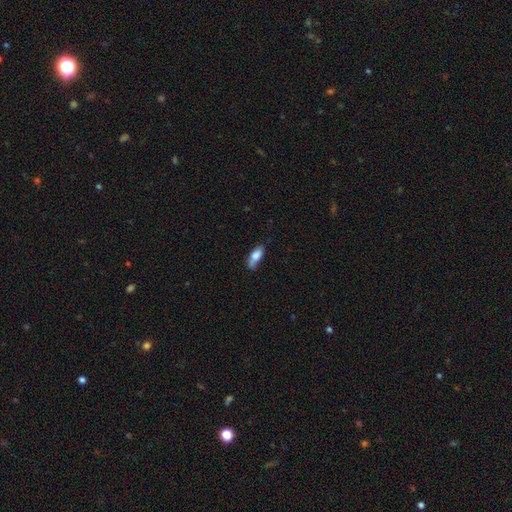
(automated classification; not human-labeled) Smooth or featured? Predicted: smooth (p=0.75). How rounded? Predicted: in between (p=0.78). Merging? Predicted: none (p=0.49).